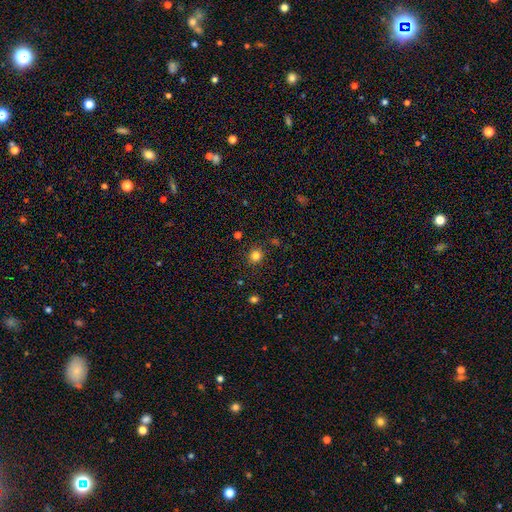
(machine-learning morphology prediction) Smooth or featured?
  - smooth: 81% *
  - star or artifact: 14%
  - featured or disk: 5%
How rounded?
  - round: 90% *
  - in between: 9%
  - cigar-shaped: 1%
Merging?
  - none: 88% *
  - minor disturbance: 8%
  - major disturbance: 3%
  - merger: 2%